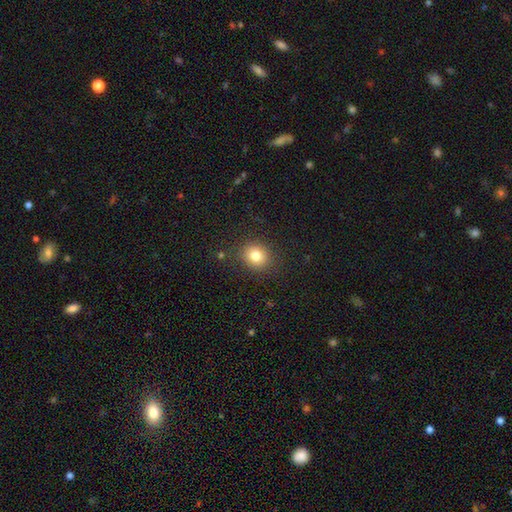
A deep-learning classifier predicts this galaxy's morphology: Overall: smooth (81%). How rounded: round (78%). Merging: none (87%).